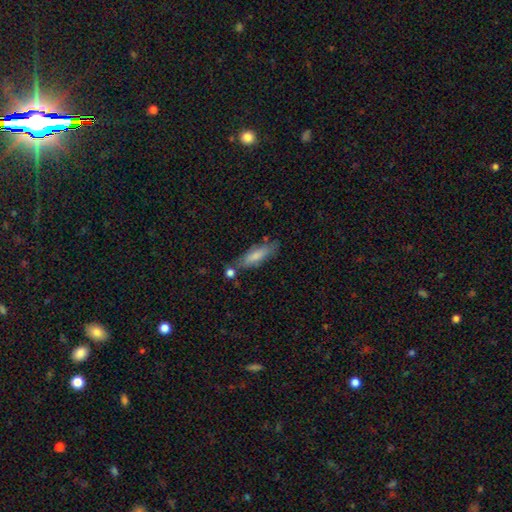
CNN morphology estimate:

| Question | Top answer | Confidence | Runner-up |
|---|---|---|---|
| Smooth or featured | smooth | 75% | featured or disk (19%) |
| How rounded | cigar-shaped | 52% | in between (46%) |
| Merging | none | 66% | minor disturbance (19%) |